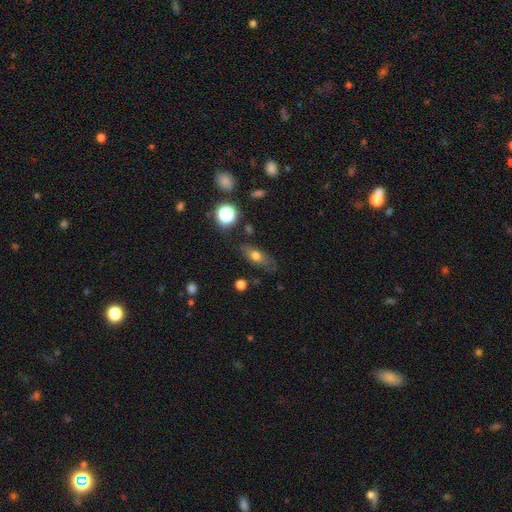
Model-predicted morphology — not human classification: This is likely a smooth galaxy (66%). How rounded: likely in between (69%). Merging: likely none (71%).